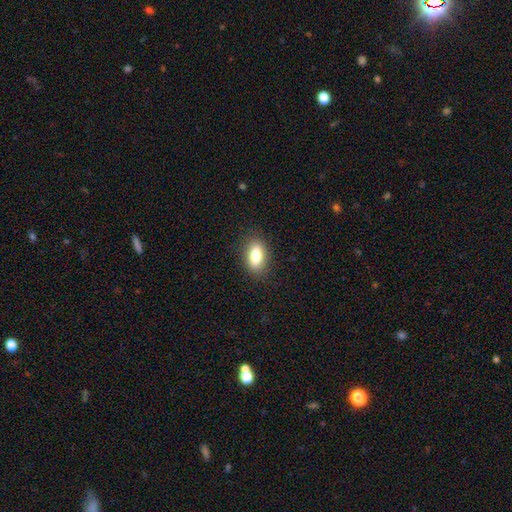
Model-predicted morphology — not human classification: A smooth galaxy with no disk features (81%) that is in between round and cigar-shaped (87%). Merging: none (87%).